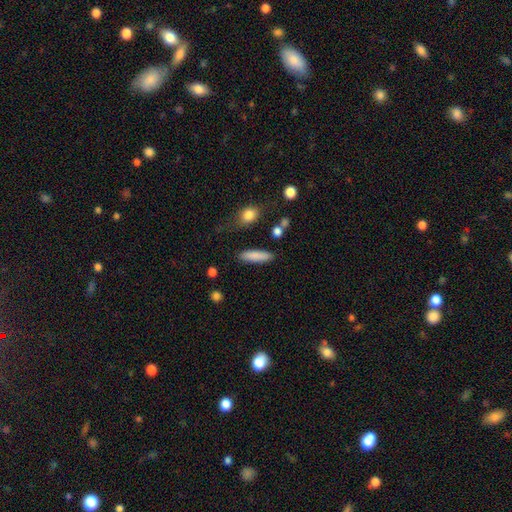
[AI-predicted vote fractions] This appears to be a smooth galaxy with no disk features (85%) that is cigar-shaped (66%). Merging: none (85%).